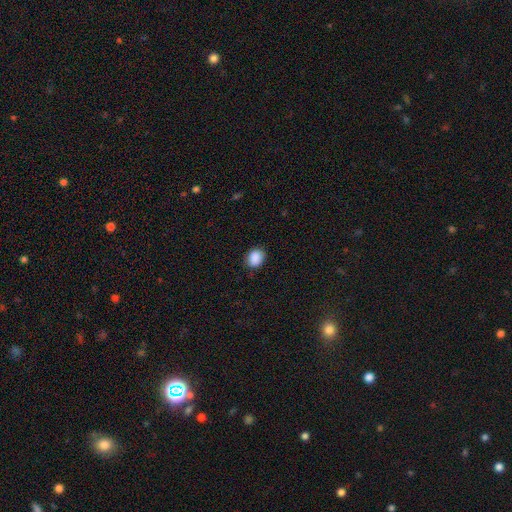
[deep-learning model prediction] Q: Smooth or featured?
A: smooth (89%); runner-up: star or artifact (8%)
Q: How rounded?
A: in between (53%); runner-up: round (46%)
Q: Merging?
A: none (85%); runner-up: minor disturbance (11%)